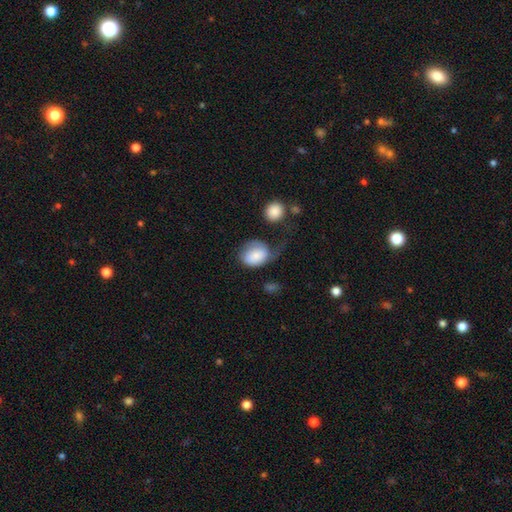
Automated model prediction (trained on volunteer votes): Smooth or featured?
  - smooth: 69% *
  - featured or disk: 24%
  - star or artifact: 7%
How rounded?
  - in between: 58% *
  - round: 41%
  - cigar-shaped: 1%
Merging?
  - major disturbance: 42% *
  - minor disturbance: 28%
  - none: 24%
  - merger: 6%